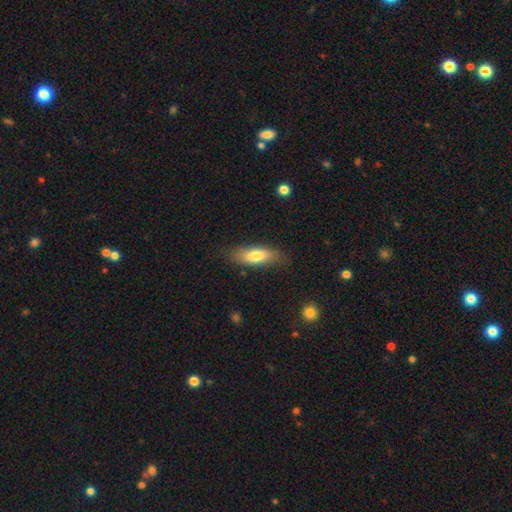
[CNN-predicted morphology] type=smooth (76%); roundness=in between (66%); merging=none (78%).